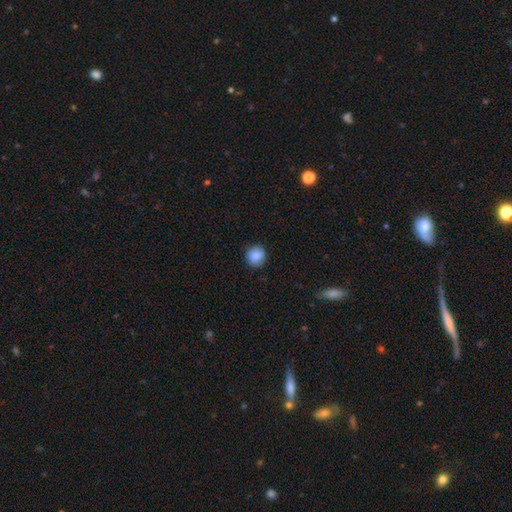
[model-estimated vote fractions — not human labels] Morphology: type=smooth (88%); roundness=round (91%); merging=none (88%).